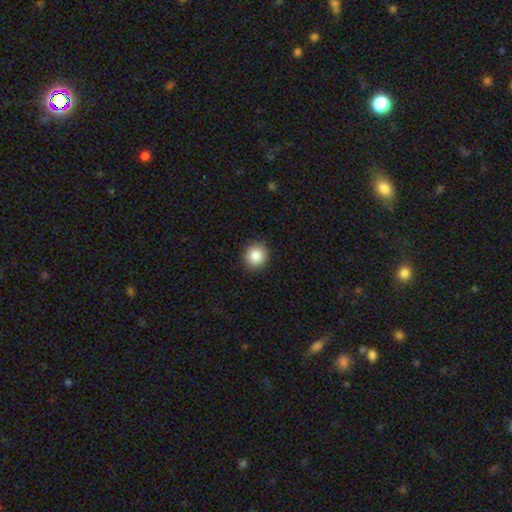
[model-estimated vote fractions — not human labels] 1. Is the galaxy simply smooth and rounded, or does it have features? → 86% smooth, 9% star or artifact, 5% featured or disk.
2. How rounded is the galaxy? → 84% round, 15% in between, 1% cigar-shaped.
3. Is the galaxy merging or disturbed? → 91% none, 6% minor disturbance, 2% major disturbance, 1% merger.